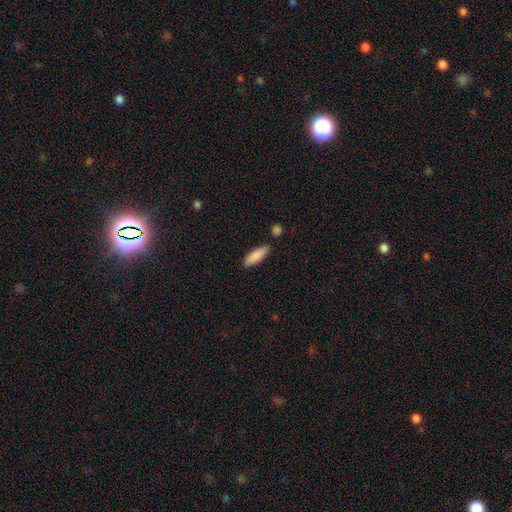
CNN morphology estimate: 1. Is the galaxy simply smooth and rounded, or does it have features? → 87% smooth, 7% featured or disk, 6% star or artifact.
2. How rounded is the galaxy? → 53% in between, 45% cigar-shaped, 2% round.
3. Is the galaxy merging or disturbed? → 79% none, 13% minor disturbance, 5% merger, 3% major disturbance.